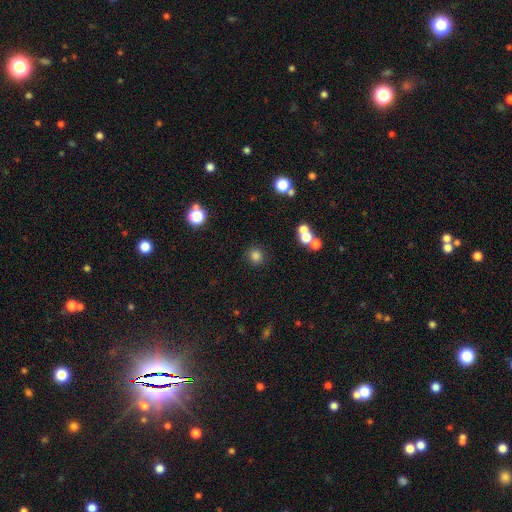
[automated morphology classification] smooth-or-featured: smooth: 79% | star or artifact: 15% | featured or disk: 5%
  how-rounded: round: 91% | in between: 8% | cigar-shaped: 1%
  merging: none: 85% | minor disturbance: 7% | merger: 5% | major disturbance: 3%